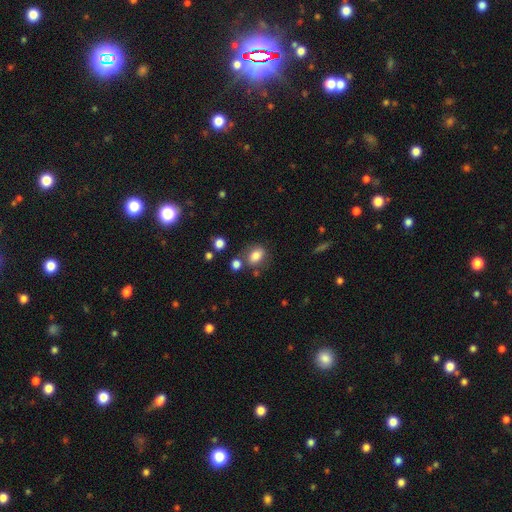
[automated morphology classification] This is clearly a smooth galaxy (81%). How rounded: likely in between (74%). Merging: likely none (70%).